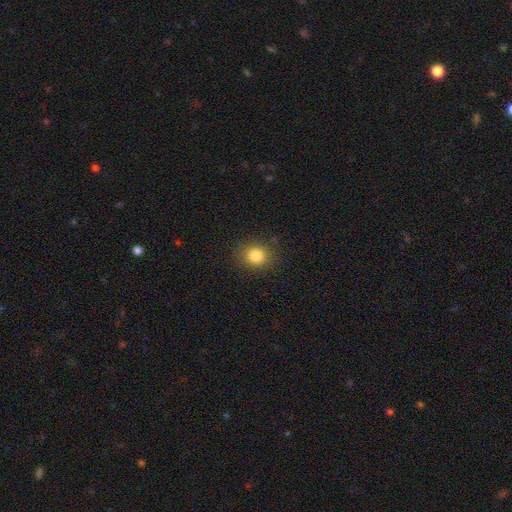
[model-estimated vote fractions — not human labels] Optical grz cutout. It shows a smooth galaxy with no disk features (82%) that is round (73%). Merging: none (86%).